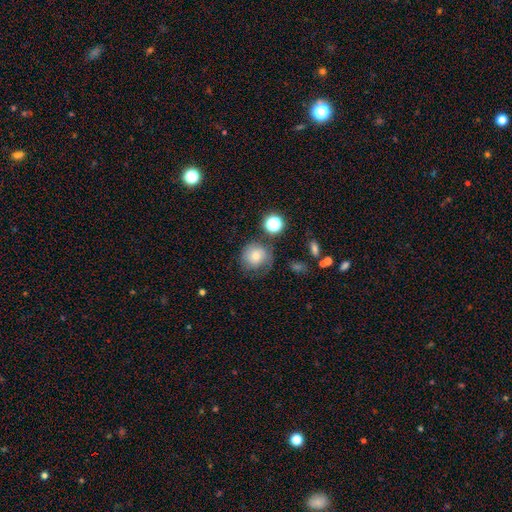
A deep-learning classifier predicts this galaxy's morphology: Overall: smooth (65%). How rounded: round (88%). Merging: none (59%; minor disturbance 22%).